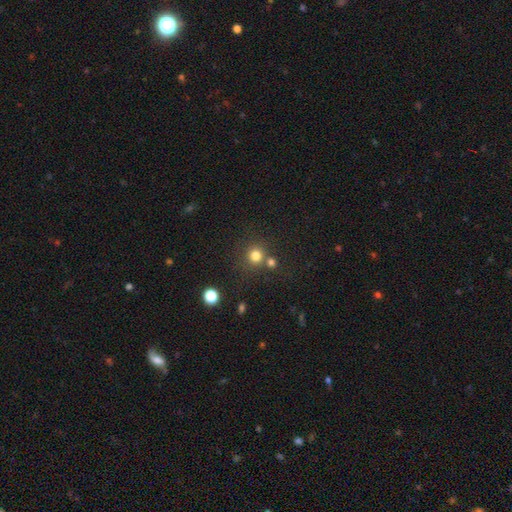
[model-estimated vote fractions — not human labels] Smooth or featured: smooth — 78% (star or artifact — 16%)
How rounded: round — 92% (in between — 7%)
Merging: none — 70% (merger — 19%)